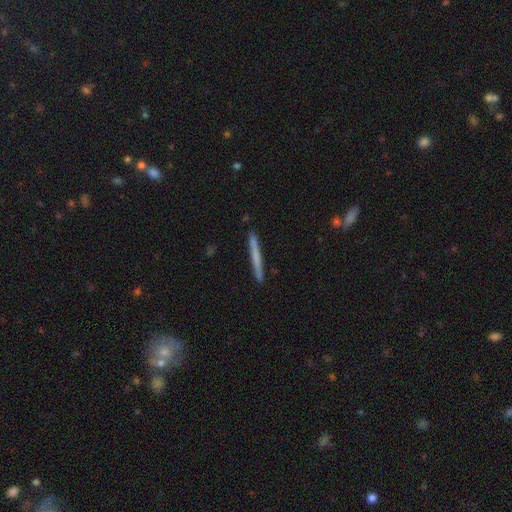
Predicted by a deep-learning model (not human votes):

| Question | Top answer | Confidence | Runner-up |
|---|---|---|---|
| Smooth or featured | smooth | 56% | featured or disk (38%) |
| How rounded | cigar-shaped | 97% | in between (2%) |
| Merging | none | 91% | minor disturbance (6%) |